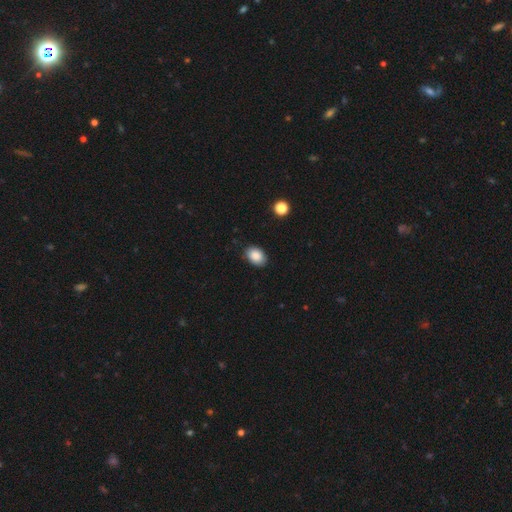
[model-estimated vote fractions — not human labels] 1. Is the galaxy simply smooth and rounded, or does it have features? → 88% smooth, 8% star or artifact, 4% featured or disk.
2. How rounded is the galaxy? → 80% in between, 19% round, 1% cigar-shaped.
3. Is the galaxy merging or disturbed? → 86% none, 11% minor disturbance, 2% major disturbance, 1% merger.